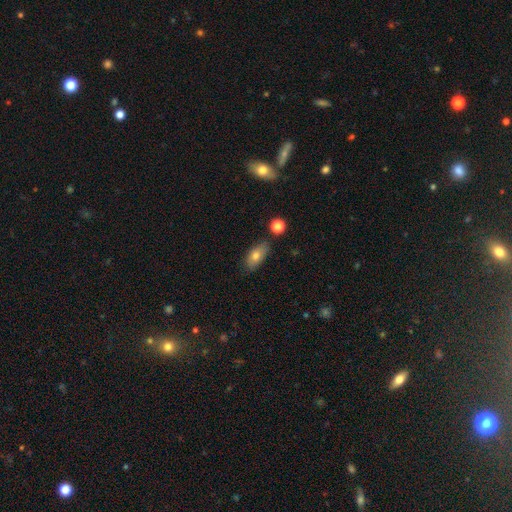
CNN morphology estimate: type=smooth (76%); roundness=in between (88%); merging=none (77%).